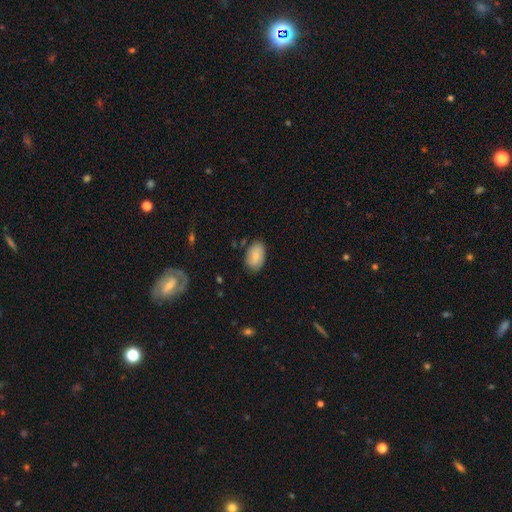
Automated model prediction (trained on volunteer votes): This is clearly a smooth galaxy (80%). How rounded: clearly in between (91%). Merging: likely none (77%).